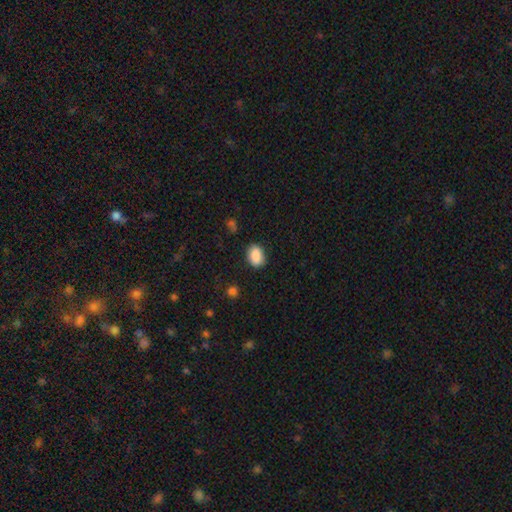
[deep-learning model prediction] Overall: smooth (88%). How rounded: in between (78%). Merging: none (84%).